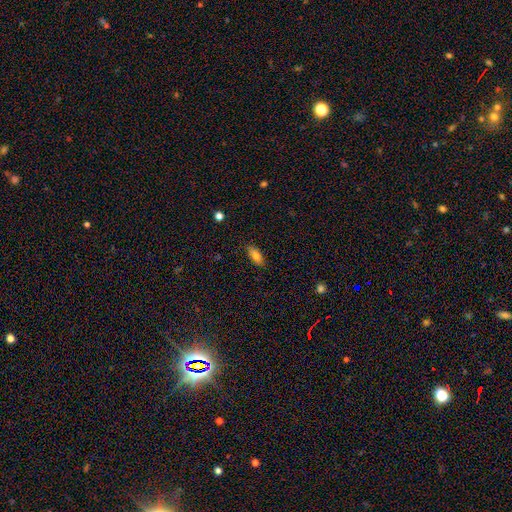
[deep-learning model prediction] The model was most divided on "how rounded": in between: 80%, cigar-shaped: 18%, round: 3%. More confident: merging — none (83%); smooth or featured — smooth (82%).